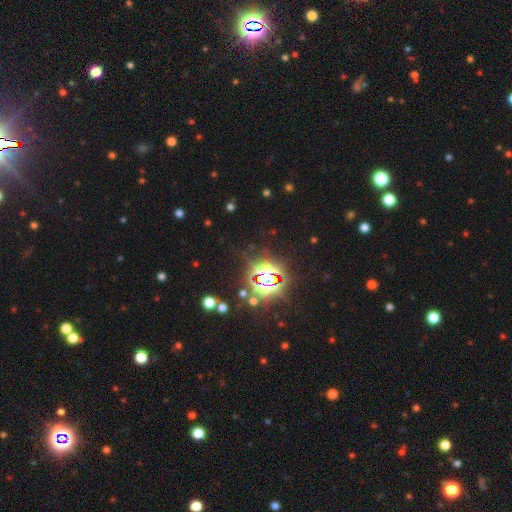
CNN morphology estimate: This appears to be a star or artifact, not a galaxy (82%).